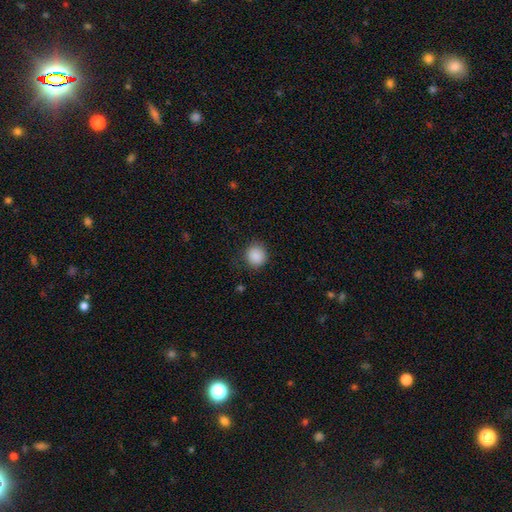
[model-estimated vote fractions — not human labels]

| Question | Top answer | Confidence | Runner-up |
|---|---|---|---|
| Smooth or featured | smooth | 88% | star or artifact (9%) |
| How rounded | round | 89% | in between (10%) |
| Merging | none | 85% | minor disturbance (10%) |